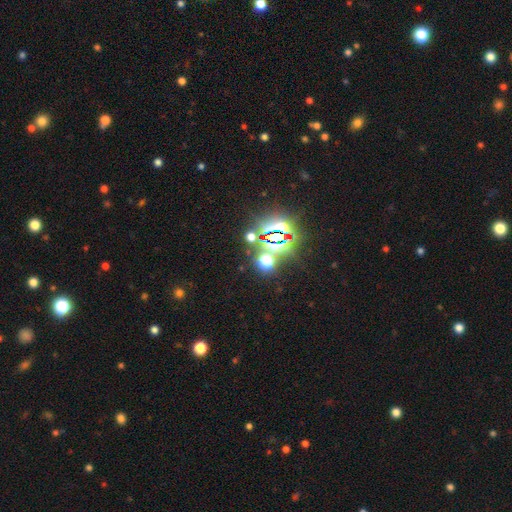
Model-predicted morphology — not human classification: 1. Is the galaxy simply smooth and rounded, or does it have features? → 83% star or artifact, 10% smooth, 6% featured or disk.